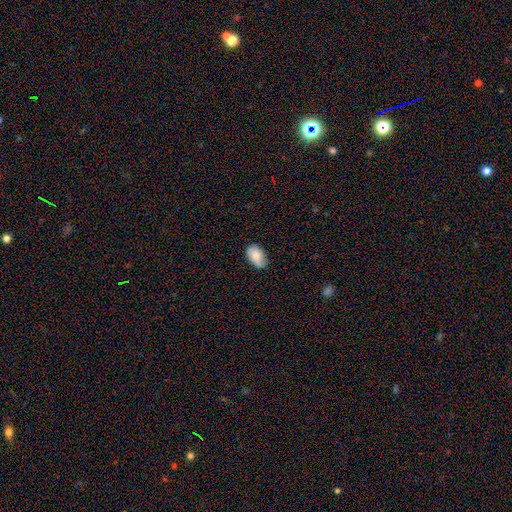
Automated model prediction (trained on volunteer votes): Smooth or featured: smooth — 79% (featured or disk — 14%)
How rounded: in between — 91% (round — 7%)
Merging: none — 68% (minor disturbance — 26%)